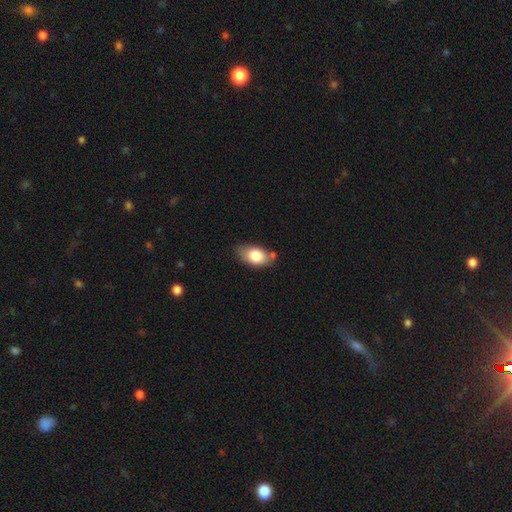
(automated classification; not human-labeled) Smooth or featured: smooth — 80% (featured or disk — 13%)
How rounded: in between — 90% (round — 8%)
Merging: none — 65% (minor disturbance — 22%)